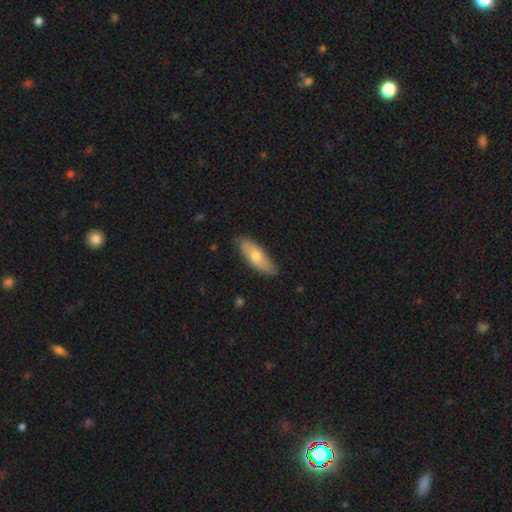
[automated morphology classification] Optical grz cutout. It shows a smooth galaxy with no disk features (61%) that is in between round and cigar-shaped (57%). Merging: none (84%).